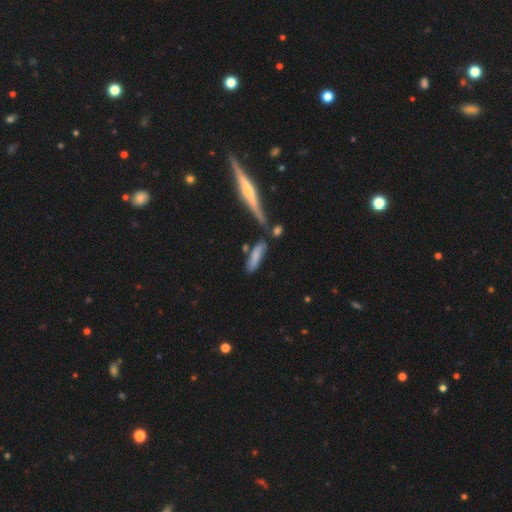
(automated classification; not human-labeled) A smooth galaxy with no disk features (70%) that is cigar-shaped (63%). Merging: none (61%).